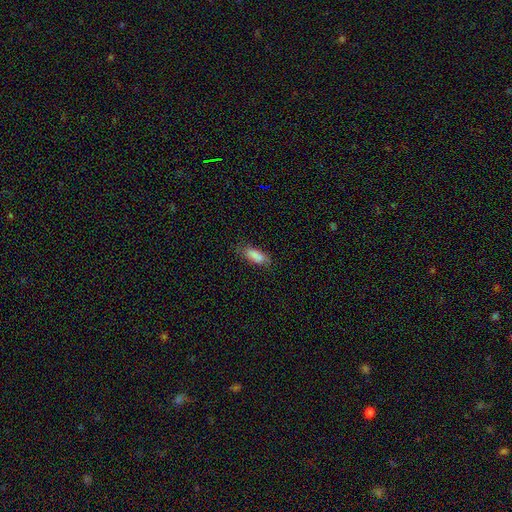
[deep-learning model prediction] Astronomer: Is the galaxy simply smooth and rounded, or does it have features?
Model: smooth — 86%.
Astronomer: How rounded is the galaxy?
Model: in between — 78%.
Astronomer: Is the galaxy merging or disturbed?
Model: none — 73%.